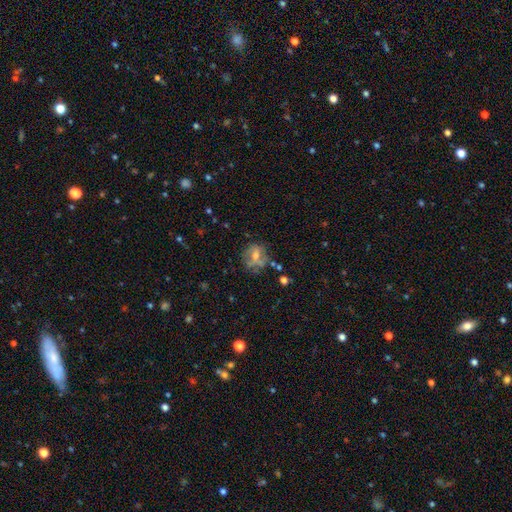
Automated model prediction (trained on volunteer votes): Morphology: type=smooth (41%); merging=none (62%).